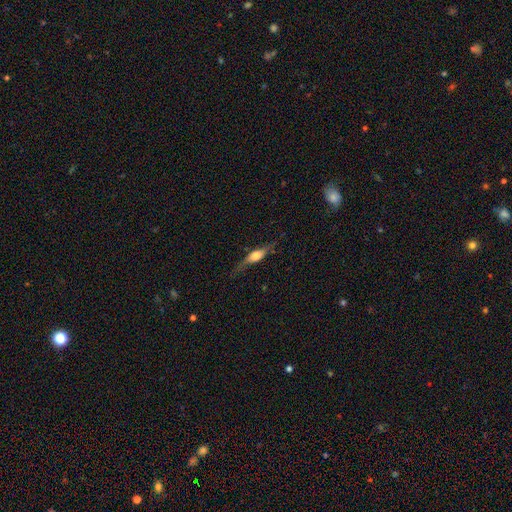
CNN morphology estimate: smooth_or_featured: featured or disk (p=0.57) [alt: smooth p=0.36]
disk_edge_on: yes (p=0.87) [alt: no p=0.13]
merging: none (p=0.69) [alt: minor disturbance p=0.21]